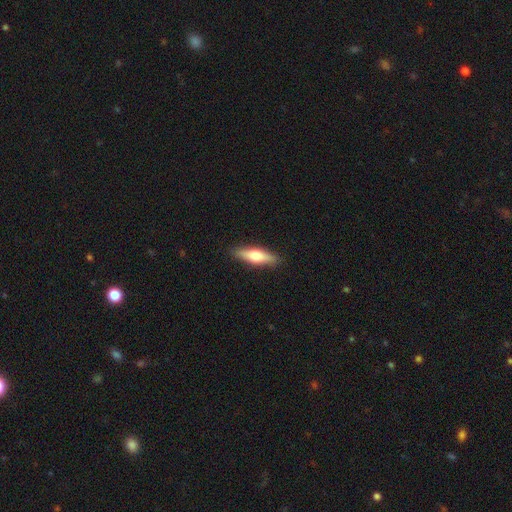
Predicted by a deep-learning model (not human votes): The model was most divided on "smooth or featured": smooth: 58%, featured or disk: 36%, star or artifact: 6%. More confident: merging — none (89%); how rounded — cigar-shaped (63%).